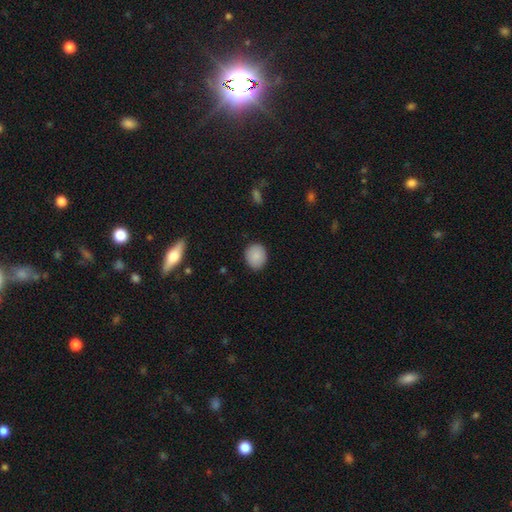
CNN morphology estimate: Smooth or featured: smooth — 88% (star or artifact — 8%)
How rounded: round — 67% (in between — 32%)
Merging: none — 88% (minor disturbance — 9%)